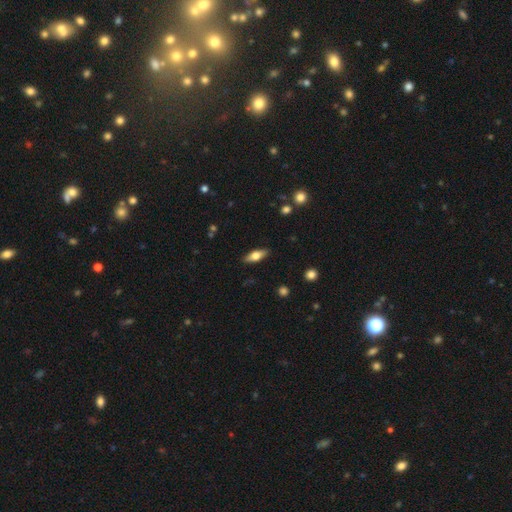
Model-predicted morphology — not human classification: Smooth or featured: smooth — 58% (featured or disk — 35%)
How rounded: in between — 68% (cigar-shaped — 29%)
Merging: none — 87% (minor disturbance — 9%)